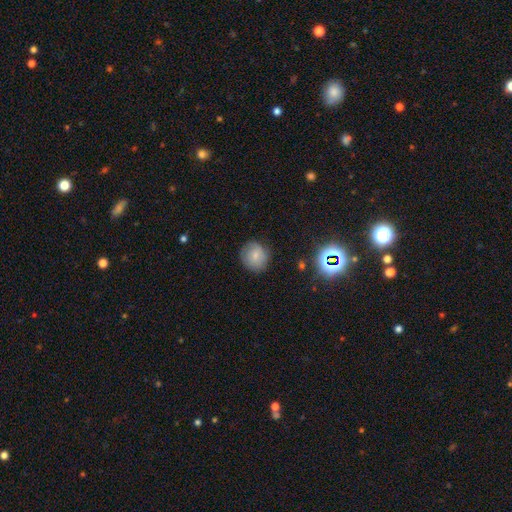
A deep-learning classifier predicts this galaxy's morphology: Overall: smooth (72%). How rounded: round (86%). Merging: none (80%).